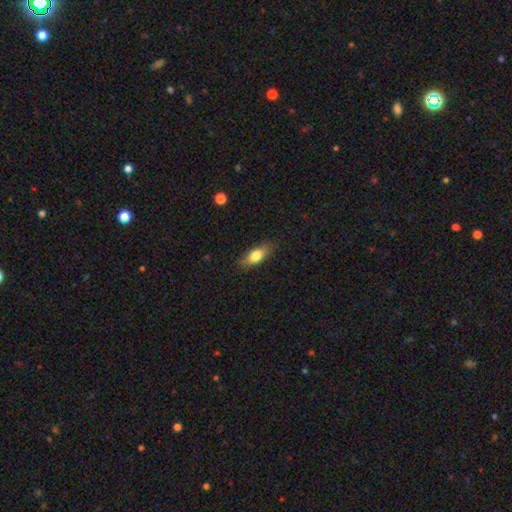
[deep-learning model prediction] smooth_or_featured: smooth (p=0.72) [alt: featured or disk p=0.21]
how_rounded: in between (p=0.74) [alt: cigar-shaped p=0.20]
merging: none (p=0.80) [alt: minor disturbance p=0.15]